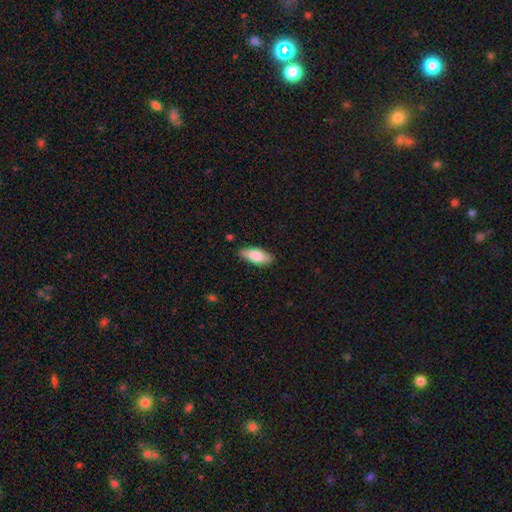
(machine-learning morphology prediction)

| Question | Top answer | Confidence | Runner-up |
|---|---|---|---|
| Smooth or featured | smooth | 79% | featured or disk (15%) |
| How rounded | in between | 80% | cigar-shaped (18%) |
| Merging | none | 82% | minor disturbance (14%) |